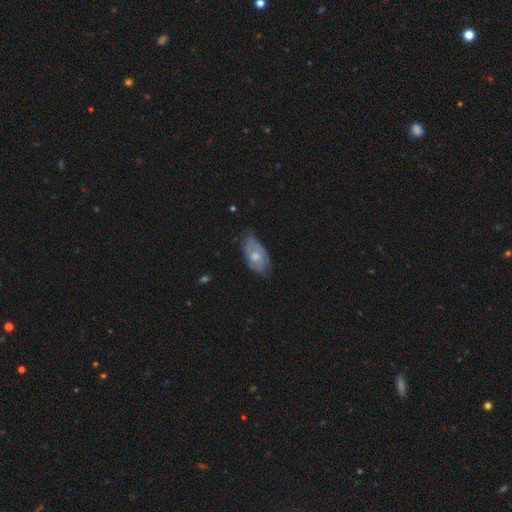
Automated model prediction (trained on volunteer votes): featured or disk 47% (tied), smooth 47% (tied), star or artifact 6%. Down the decision tree: merging — none (49%).